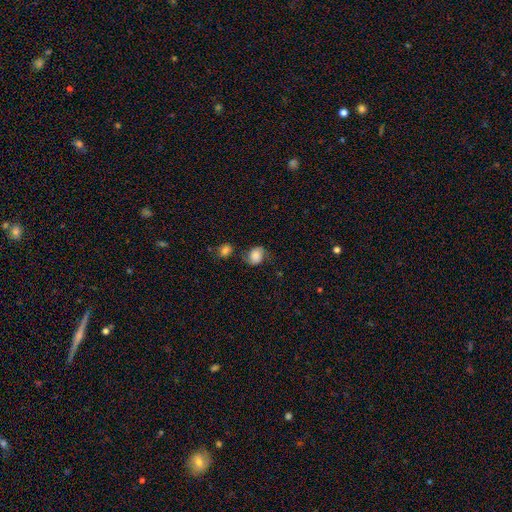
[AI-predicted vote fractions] Smooth or featured: smooth — 68% (featured or disk — 22%)
How rounded: round — 57% (in between — 41%)
Merging: none — 57% (minor disturbance — 25%)